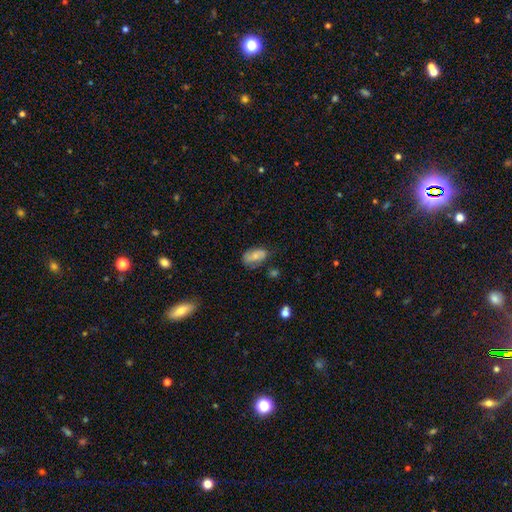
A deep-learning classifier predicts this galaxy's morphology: smooth_or_featured: smooth (p=0.70) [alt: featured or disk p=0.23]
how_rounded: in between (p=0.91) [alt: round p=0.07]
merging: none (p=0.60) [alt: minor disturbance p=0.29]